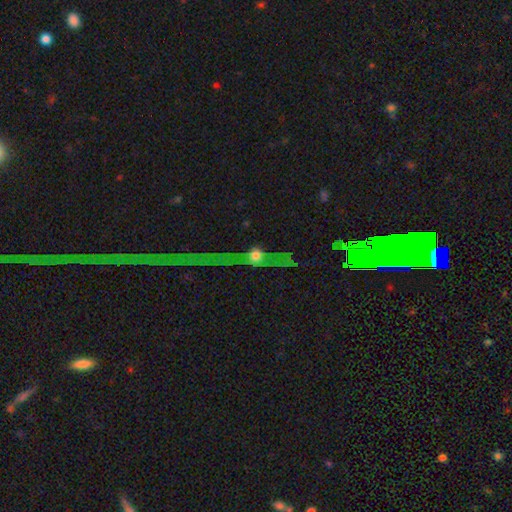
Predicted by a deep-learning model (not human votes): This is likely a featured or disk galaxy (61%). It is likely viewed edge-on (79%). Merging: likely none (68%).